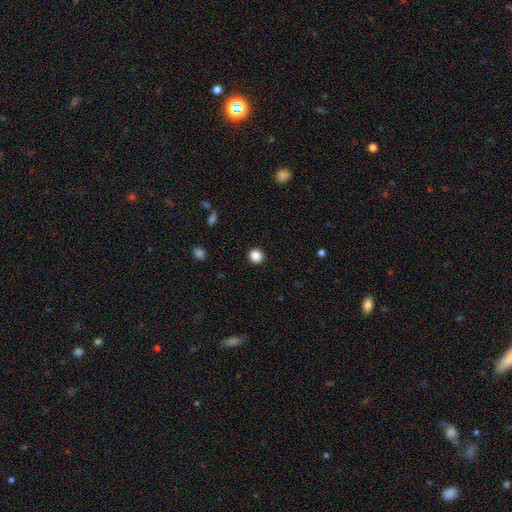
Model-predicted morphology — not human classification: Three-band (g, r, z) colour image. It shows a smooth galaxy with no disk features (87%) that is round (87%). Merging: none (92%).